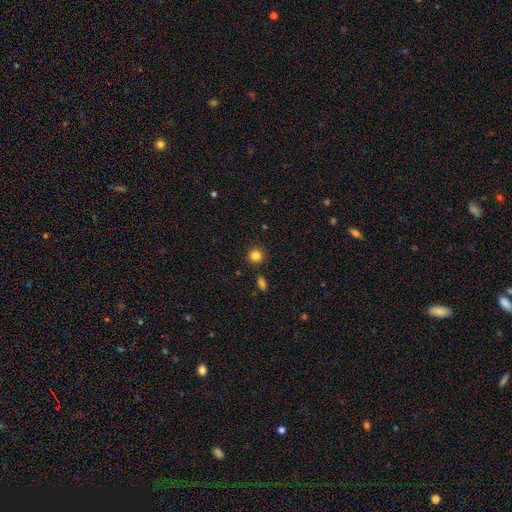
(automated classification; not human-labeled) smooth 84%, star or artifact 12%, featured or disk 4%. Down the decision tree: how rounded — round (92%); merging — none (89%).